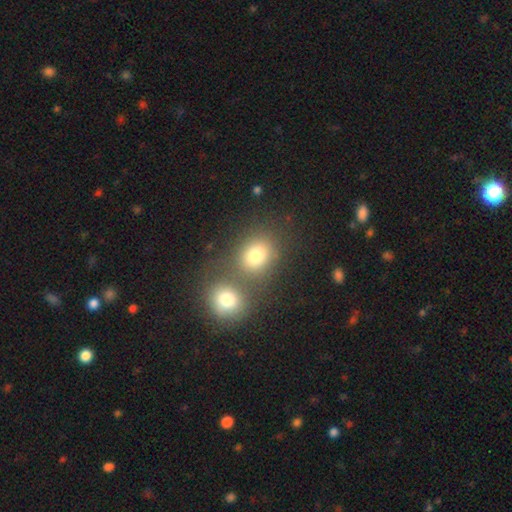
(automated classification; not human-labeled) smooth-or-featured: smooth: 77% | star or artifact: 14% | featured or disk: 9%
  how-rounded: round: 66% | in between: 33% | cigar-shaped: 1%
  merging: none: 52% | merger: 36% | minor disturbance: 8% | major disturbance: 4%